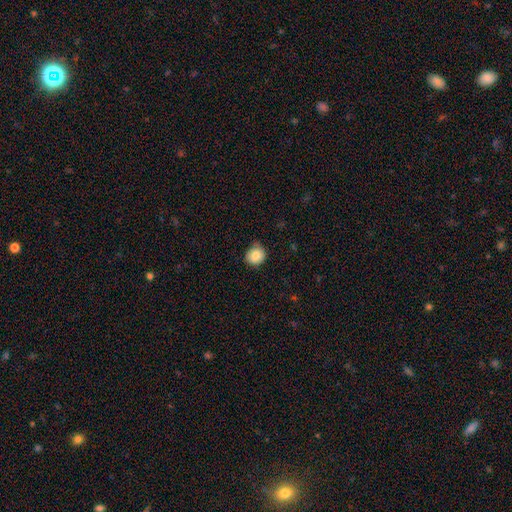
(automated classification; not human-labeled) Morphology: type=smooth (83%); roundness=round (84%); merging=none (72%).